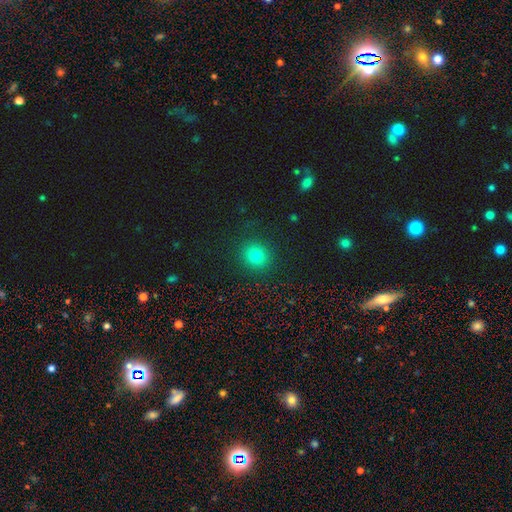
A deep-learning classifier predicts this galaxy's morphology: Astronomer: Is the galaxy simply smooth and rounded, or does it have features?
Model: smooth — 79%.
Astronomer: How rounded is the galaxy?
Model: round — 85%.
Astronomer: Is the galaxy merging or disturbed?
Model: none — 90%.